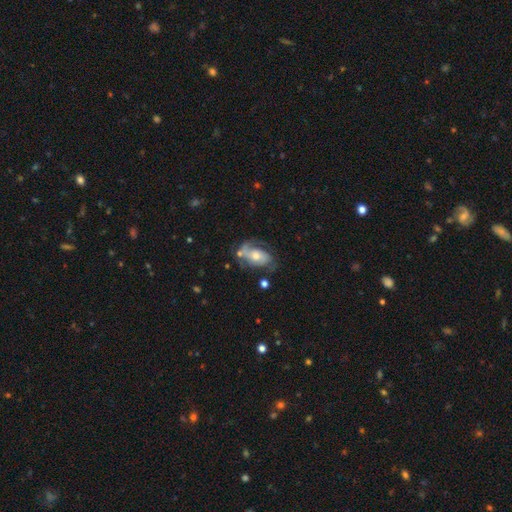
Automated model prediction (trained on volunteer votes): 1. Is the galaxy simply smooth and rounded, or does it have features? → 70% featured or disk, 23% smooth, 7% star or artifact.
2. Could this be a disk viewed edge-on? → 96% no, 4% yes.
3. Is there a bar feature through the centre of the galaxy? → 65% no, 27% weak, 8% strong.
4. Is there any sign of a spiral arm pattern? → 86% yes, 14% no.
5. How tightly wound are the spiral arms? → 43% medium, 29% tight, 28% loose.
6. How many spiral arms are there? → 57% 2, 21% 1, 15% can't tell, 4% 3, 1% 4, 1% more than 4.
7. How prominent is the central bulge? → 57% moderate, 30% small, 9% large, 2% none, 1% dominant.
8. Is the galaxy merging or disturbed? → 48% none, 24% minor disturbance, 21% major disturbance, 7% merger.